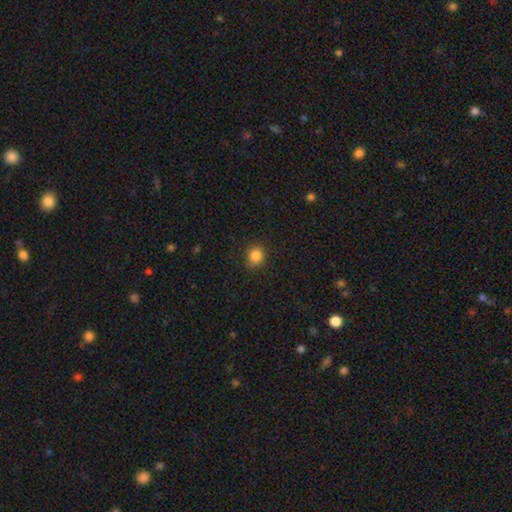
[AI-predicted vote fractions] smooth 84%, star or artifact 12%, featured or disk 5%. Down the decision tree: how rounded — round (82%); merging — none (82%).